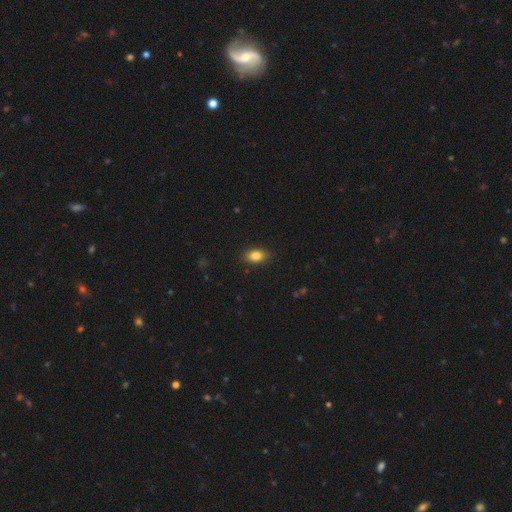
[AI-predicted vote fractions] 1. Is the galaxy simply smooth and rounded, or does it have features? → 85% smooth, 9% star or artifact, 7% featured or disk.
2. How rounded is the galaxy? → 87% in between, 10% round, 3% cigar-shaped.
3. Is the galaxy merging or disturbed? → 87% none, 10% minor disturbance, 2% major disturbance, 1% merger.